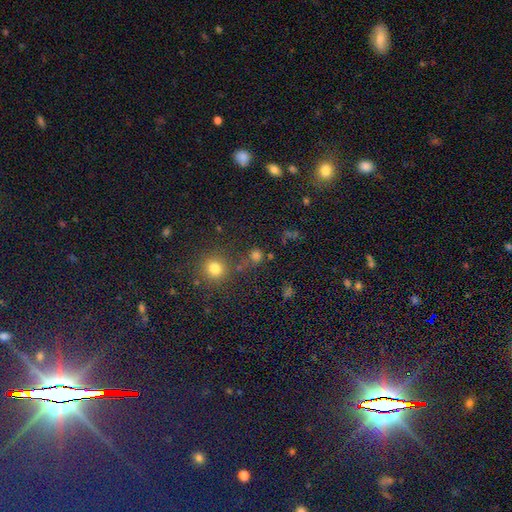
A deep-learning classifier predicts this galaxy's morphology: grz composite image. It shows a smooth galaxy with no disk features (69%) that is round (88%). Merging: none (72%).